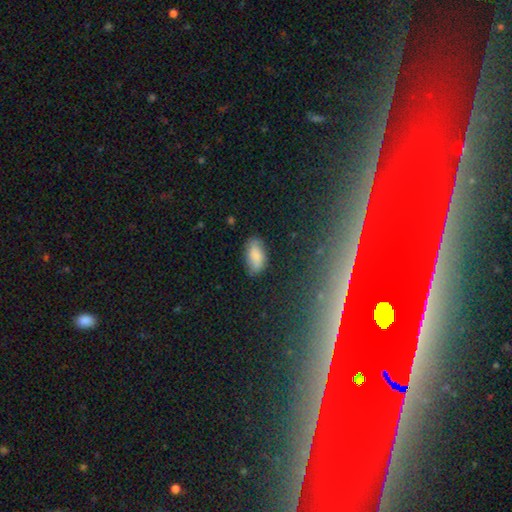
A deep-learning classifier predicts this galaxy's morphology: smooth_or_featured: smooth (p=0.73) [alt: featured or disk p=0.18]
how_rounded: in between (p=0.92) [alt: cigar-shaped p=0.04]
merging: none (p=0.73) [alt: minor disturbance p=0.20]